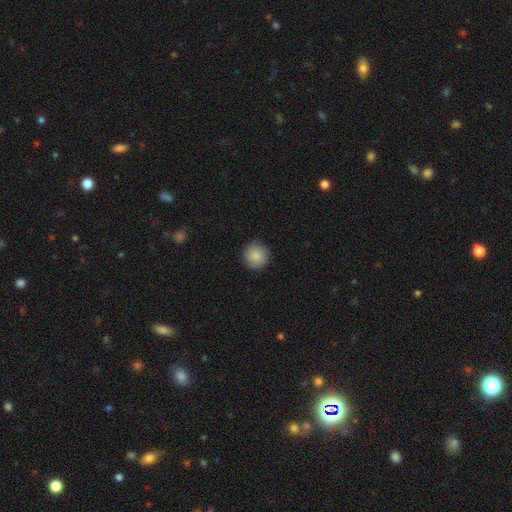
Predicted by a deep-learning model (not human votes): Smooth or featured? Predicted: smooth (p=0.86). How rounded? Predicted: round (p=0.95). Merging? Predicted: none (p=0.90).